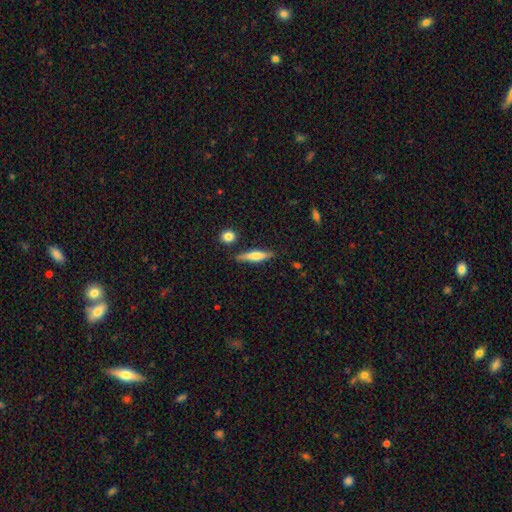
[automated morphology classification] smooth_or_featured: smooth (p=0.57) [alt: featured or disk p=0.36]
how_rounded: cigar-shaped (p=0.77) [alt: in between p=0.21]
merging: none (p=0.79) [alt: minor disturbance p=0.14]